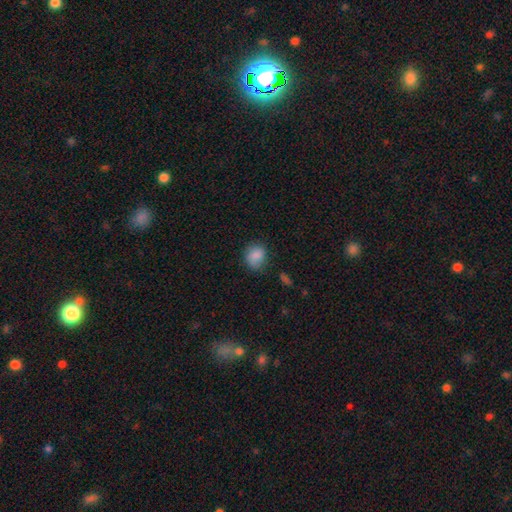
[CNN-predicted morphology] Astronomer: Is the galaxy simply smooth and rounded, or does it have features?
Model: smooth — 86%.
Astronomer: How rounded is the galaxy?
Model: round — 66%.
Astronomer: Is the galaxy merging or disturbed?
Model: none — 75%.